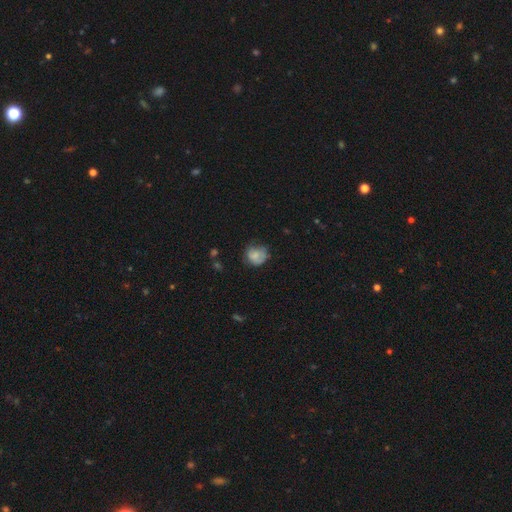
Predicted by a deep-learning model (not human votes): smooth-or-featured: smooth: 69% | featured or disk: 22% | star or artifact: 9%
  how-rounded: round: 74% | in between: 25% | cigar-shaped: 1%
  merging: none: 51% | minor disturbance: 32% | major disturbance: 15% | merger: 3%